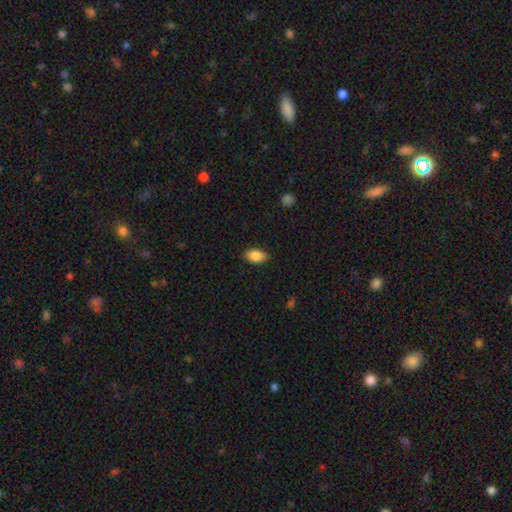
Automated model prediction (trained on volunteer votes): Q: Smooth or featured?
A: smooth (87%); runner-up: star or artifact (7%)
Q: How rounded?
A: in between (91%); runner-up: round (6%)
Q: Merging?
A: none (86%); runner-up: minor disturbance (11%)